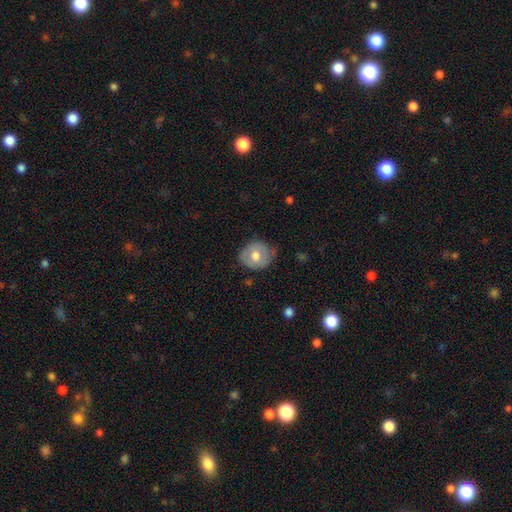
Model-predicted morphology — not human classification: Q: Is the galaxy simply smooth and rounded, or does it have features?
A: smooth — 58%.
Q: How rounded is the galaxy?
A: round — 72%.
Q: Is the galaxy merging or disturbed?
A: none — 67%.